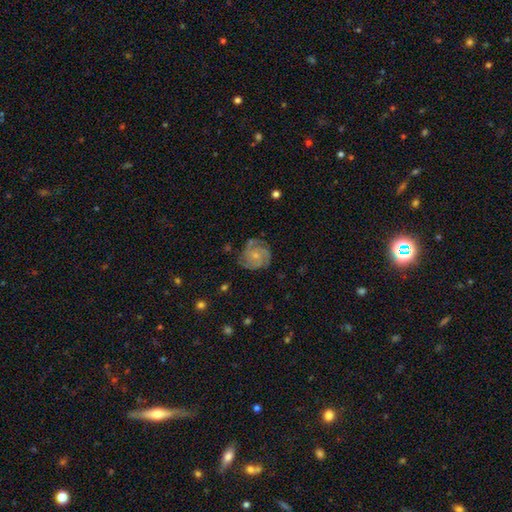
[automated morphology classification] type=featured or disk (75%); edge-on=no (98%); bar=no (74%); spiral arms=yes (94%); winding=tight (58%); arm count=3 (40%); bulge=small (61%); merging=none (71%).